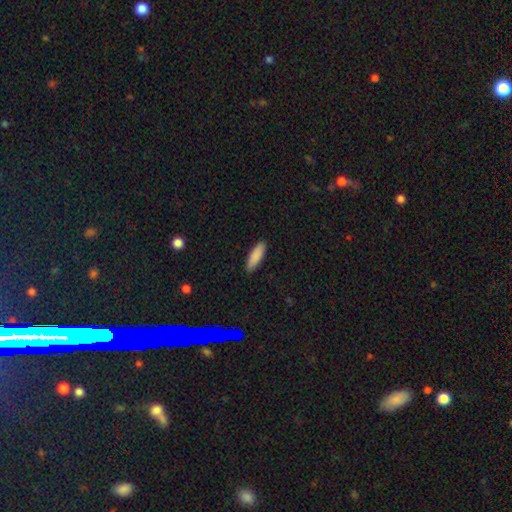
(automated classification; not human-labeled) The model was most divided on "how rounded": in between: 53%, cigar-shaped: 45%, round: 2%. More confident: merging — none (90%); smooth or featured — smooth (88%).